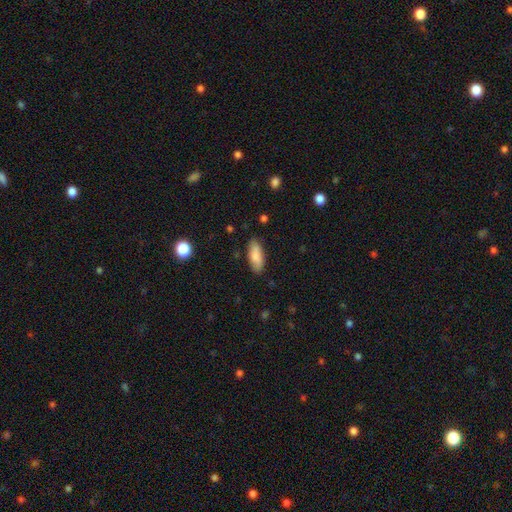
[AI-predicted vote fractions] smooth-or-featured: smooth: 84% | featured or disk: 10% | star or artifact: 6%
  how-rounded: in between: 76% | cigar-shaped: 22% | round: 2%
  merging: none: 84% | minor disturbance: 12% | major disturbance: 2% | merger: 1%